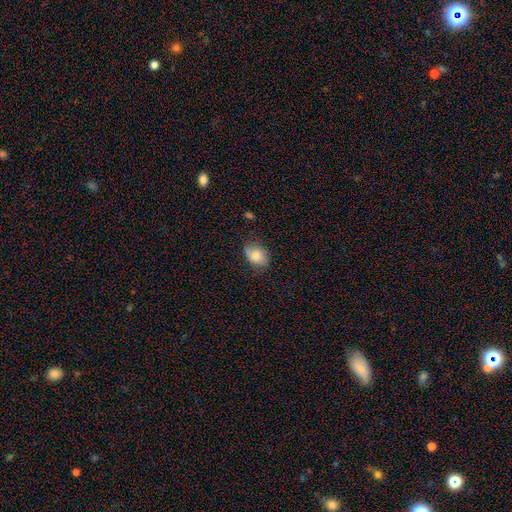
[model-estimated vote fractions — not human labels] Smooth or featured? Predicted: smooth (p=0.78). How rounded? Predicted: in between (p=0.72). Merging? Predicted: none (p=0.68).